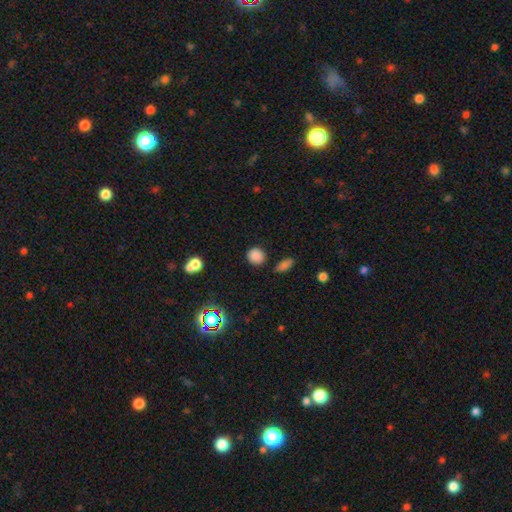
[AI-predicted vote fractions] This appears to be a smooth galaxy with no disk features (83%) that is round (84%). Merging: none (84%).